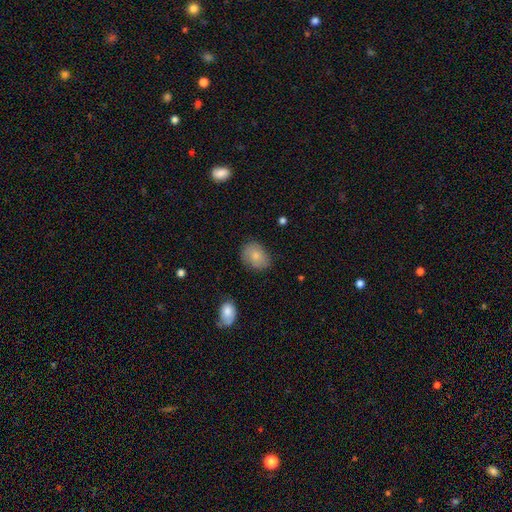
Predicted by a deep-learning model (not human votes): Morphology: type=smooth (80%); roundness=in between (62%); merging=none (74%).